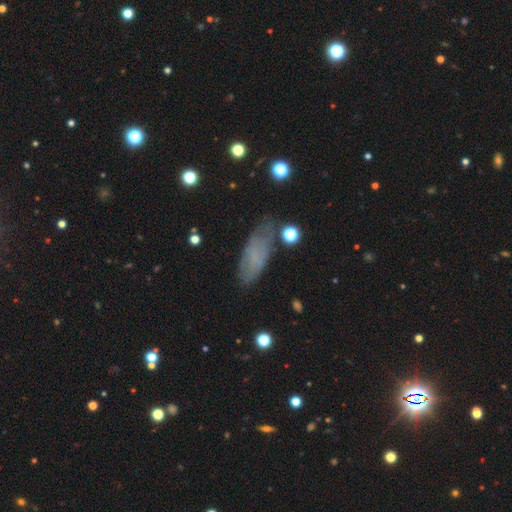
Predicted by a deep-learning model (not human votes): Smooth or featured?
  - smooth: 61% *
  - featured or disk: 27%
  - star or artifact: 12%
How rounded?
  - in between: 76% *
  - cigar-shaped: 21%
  - round: 3%
Merging?
  - none: 66% *
  - minor disturbance: 22%
  - major disturbance: 9%
  - merger: 3%